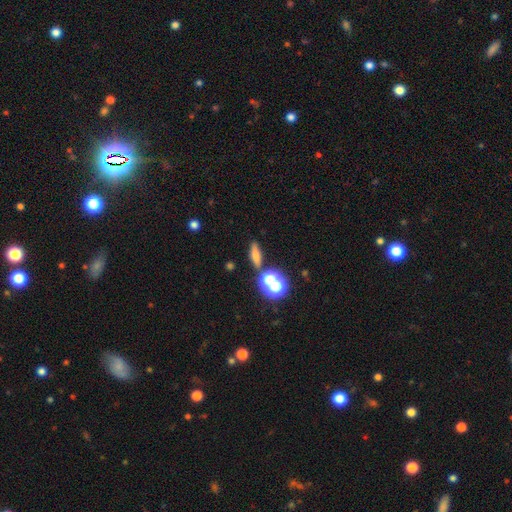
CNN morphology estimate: Q: Smooth or featured?
A: smooth (62%); runner-up: star or artifact (20%)
Q: How rounded?
A: cigar-shaped (42%); runner-up: in between (41%)
Q: Merging?
A: none (77%); runner-up: minor disturbance (11%)